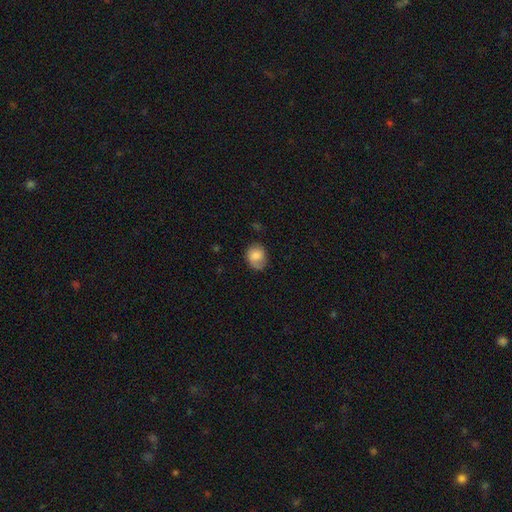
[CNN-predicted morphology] This is likely a smooth galaxy (75%). How rounded: possibly round (60%). Merging: likely none (61%).